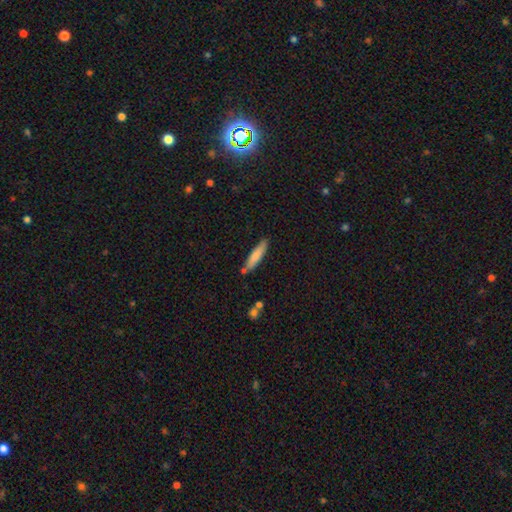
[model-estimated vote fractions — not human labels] Smooth or featured: smooth — 78% (featured or disk — 16%)
How rounded: cigar-shaped — 83% (in between — 16%)
Merging: none — 79% (minor disturbance — 13%)